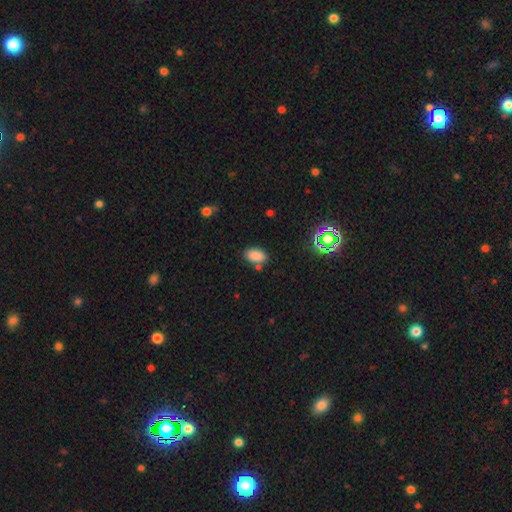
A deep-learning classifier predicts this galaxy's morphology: A smooth galaxy with no disk features (83%) that is in between round and cigar-shaped (91%).

Vote fractions:
- Smooth or featured? smooth: 83% / star or artifact: 12% / featured or disk: 5%
- How rounded? in between: 91% / round: 8% / cigar-shaped: 2%
- Merging? none: 76% / minor disturbance: 13% / merger: 7% / major disturbance: 3%